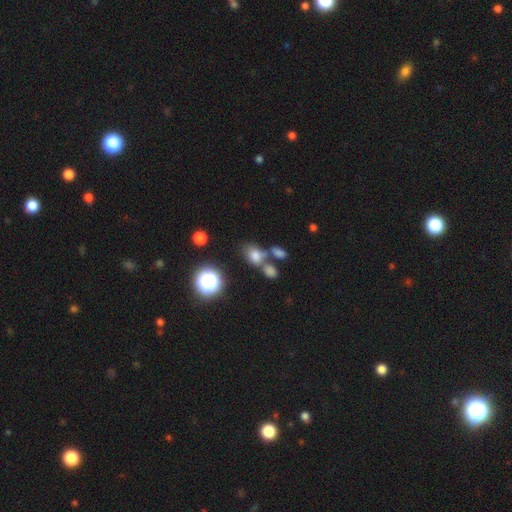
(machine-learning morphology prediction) This appears to be a smooth galaxy with no disk features (73%) that is in between round and cigar-shaped (68%). Merging: none (43%).